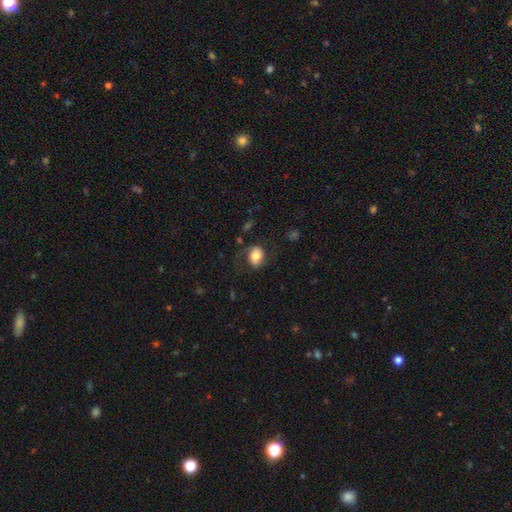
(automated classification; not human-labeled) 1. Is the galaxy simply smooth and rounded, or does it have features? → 72% smooth, 20% featured or disk, 8% star or artifact.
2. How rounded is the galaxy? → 58% in between, 41% round, 1% cigar-shaped.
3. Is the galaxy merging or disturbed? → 59% none, 22% minor disturbance, 17% major disturbance, 2% merger.